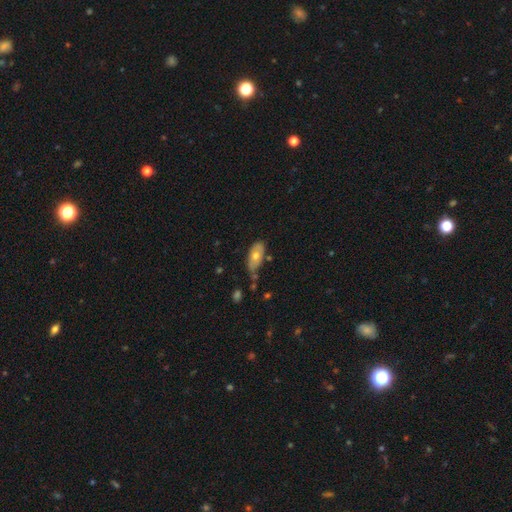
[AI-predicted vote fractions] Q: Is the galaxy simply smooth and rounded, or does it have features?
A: smooth — 61%.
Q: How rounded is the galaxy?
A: in between — 89%.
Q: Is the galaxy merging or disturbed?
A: none — 58%.